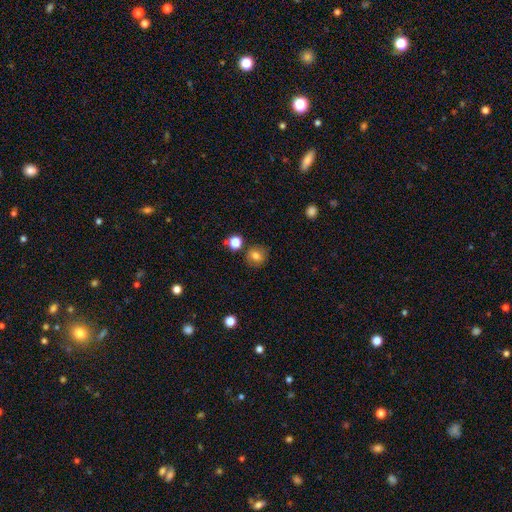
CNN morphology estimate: Smooth or featured? smooth (77%)
How rounded? round (85%)
Merging? none (83%)